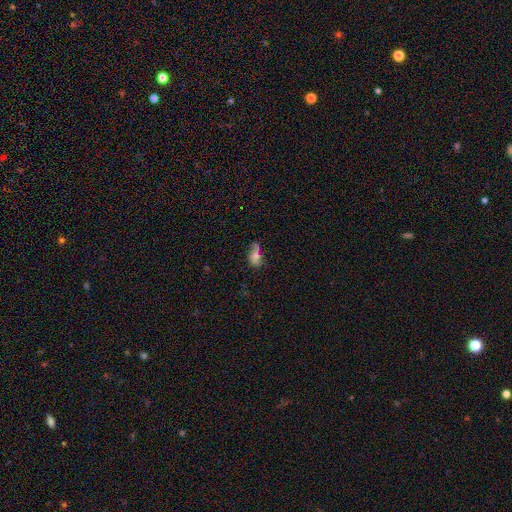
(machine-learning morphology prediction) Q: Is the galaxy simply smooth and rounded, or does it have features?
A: featured or disk — 47%.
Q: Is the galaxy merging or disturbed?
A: none — 44%.